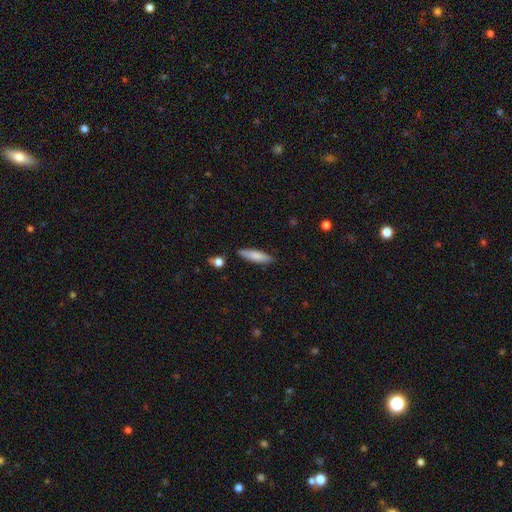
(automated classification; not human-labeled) Q: Smooth or featured?
A: smooth (79%); runner-up: featured or disk (15%)
Q: How rounded?
A: cigar-shaped (73%); runner-up: in between (26%)
Q: Merging?
A: none (85%); runner-up: minor disturbance (11%)